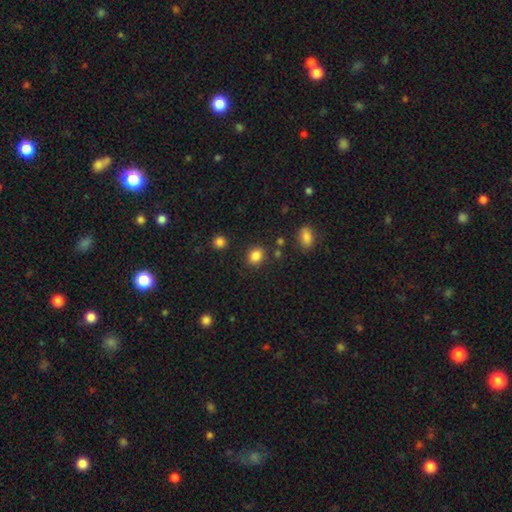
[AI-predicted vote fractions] smooth-or-featured: smooth: 85% | star or artifact: 11% | featured or disk: 4%
  how-rounded: round: 61% | in between: 38% | cigar-shaped: 1%
  merging: none: 84% | minor disturbance: 10% | merger: 4% | major disturbance: 3%